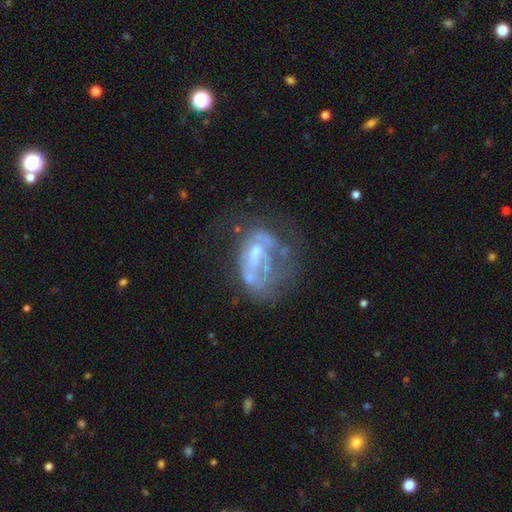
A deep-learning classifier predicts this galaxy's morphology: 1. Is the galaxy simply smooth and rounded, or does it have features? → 67% featured or disk, 21% smooth, 12% star or artifact.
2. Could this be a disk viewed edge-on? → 97% no, 3% yes.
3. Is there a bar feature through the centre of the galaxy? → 71% no, 22% weak, 7% strong.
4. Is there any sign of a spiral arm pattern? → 78% no, 22% yes.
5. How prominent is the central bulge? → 36% moderate, 30% small, 28% none, 5% large, 1% dominant.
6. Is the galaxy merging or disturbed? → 38% major disturbance, 30% none, 17% minor disturbance, 15% merger.